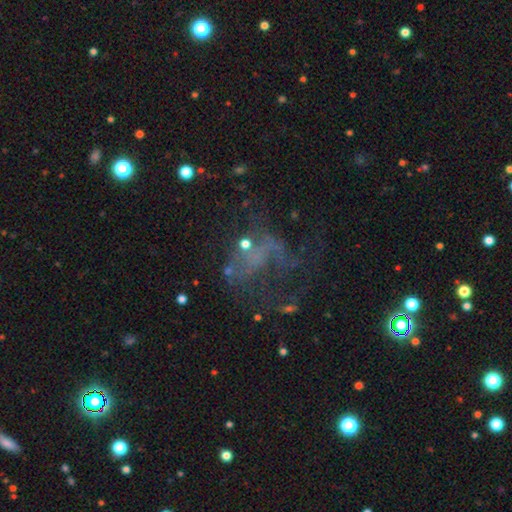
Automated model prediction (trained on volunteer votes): Morphology: type=featured or disk (42%); merging=major disturbance (40%).